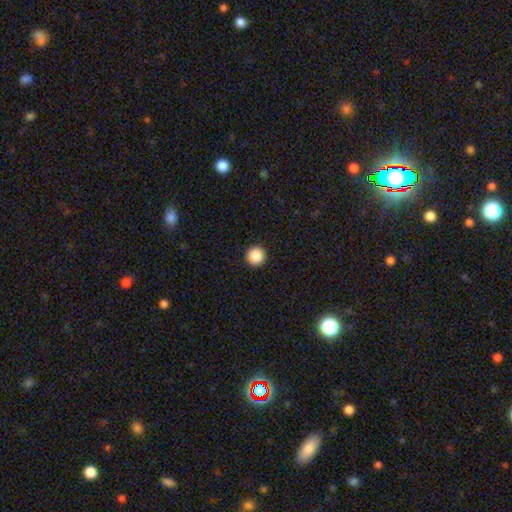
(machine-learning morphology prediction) smooth_or_featured: smooth (p=0.88) [alt: star or artifact p=0.09]
how_rounded: round (p=0.96) [alt: in between p=0.03]
merging: none (p=0.94) [alt: minor disturbance p=0.04]